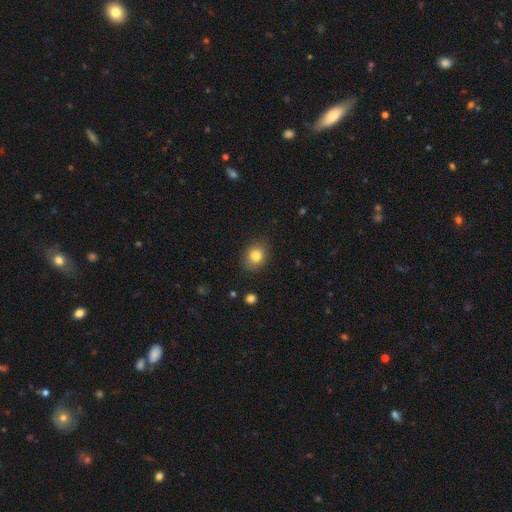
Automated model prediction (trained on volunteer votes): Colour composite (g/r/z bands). It shows a smooth galaxy with no disk features (81%) that is round (60%). Merging: none (85%).